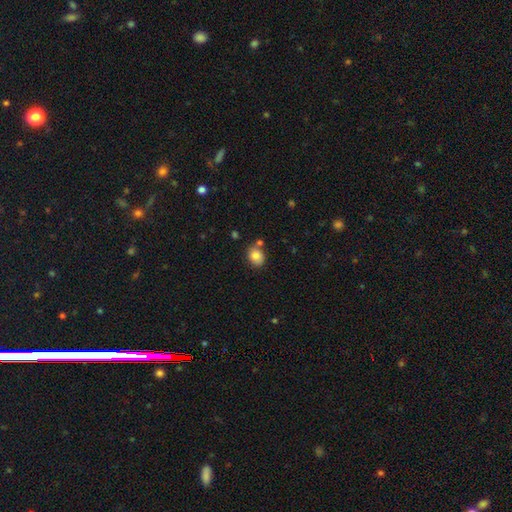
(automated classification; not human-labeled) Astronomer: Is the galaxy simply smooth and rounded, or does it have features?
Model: smooth — 82%.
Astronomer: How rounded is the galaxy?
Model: round — 51% (runner-up: in between, 49%).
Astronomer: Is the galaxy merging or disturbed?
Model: none — 73%.